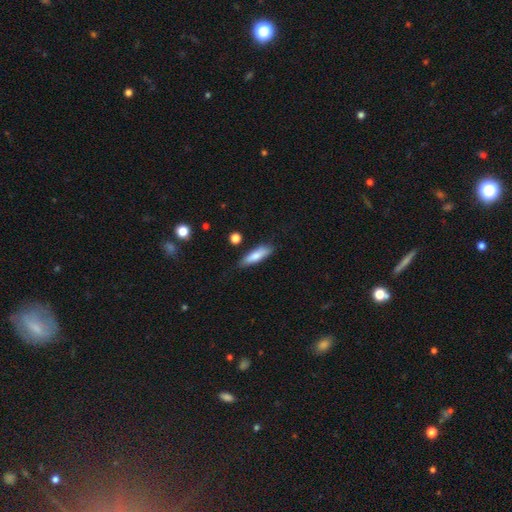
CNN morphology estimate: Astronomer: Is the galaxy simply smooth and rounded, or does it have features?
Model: smooth — 76%.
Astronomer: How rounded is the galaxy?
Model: cigar-shaped — 63%.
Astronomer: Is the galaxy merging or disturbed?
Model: none — 77%.